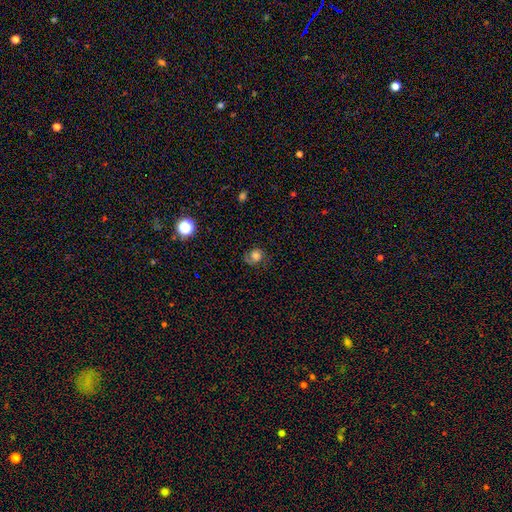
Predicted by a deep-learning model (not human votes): Smooth or featured? smooth (60%)
How rounded? round (70%)
Merging? none (57%)